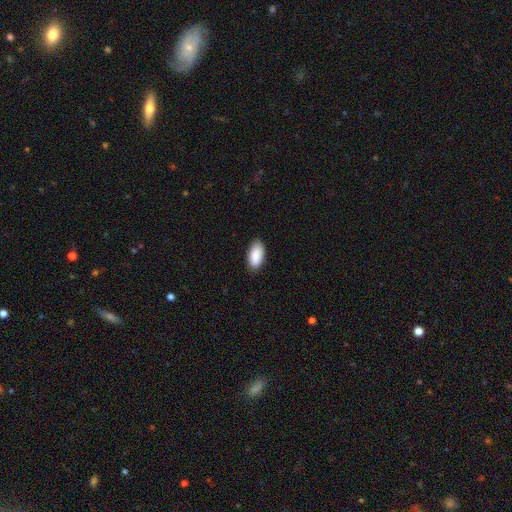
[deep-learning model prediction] Morphology: type=smooth (90%); roundness=in between (94%); merging=none (86%).